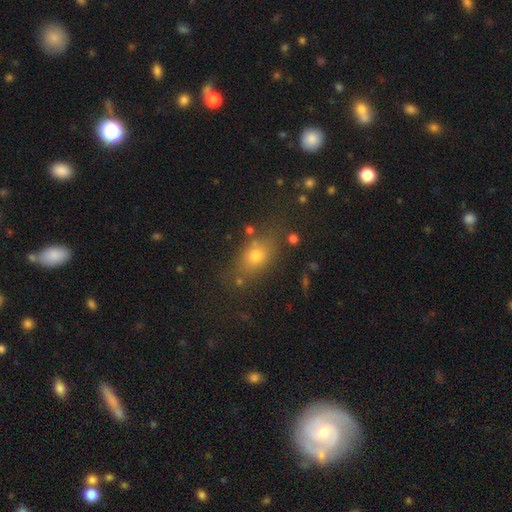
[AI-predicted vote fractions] Morphology: type=smooth (71%); roundness=in between (68%); merging=none (75%).